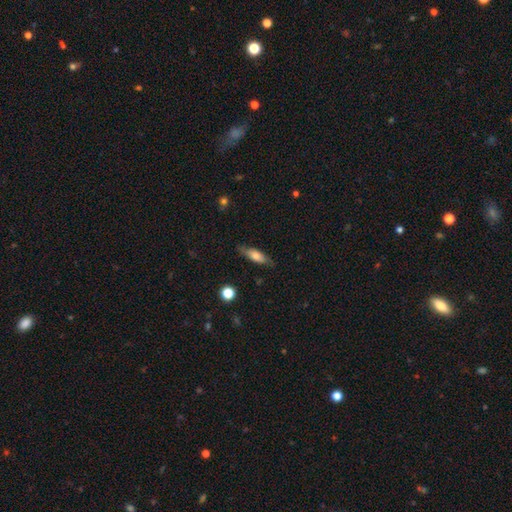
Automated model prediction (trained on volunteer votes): This appears to be a smooth galaxy with no disk features (64%) that is in between round and cigar-shaped (53%). Merging: none (78%).